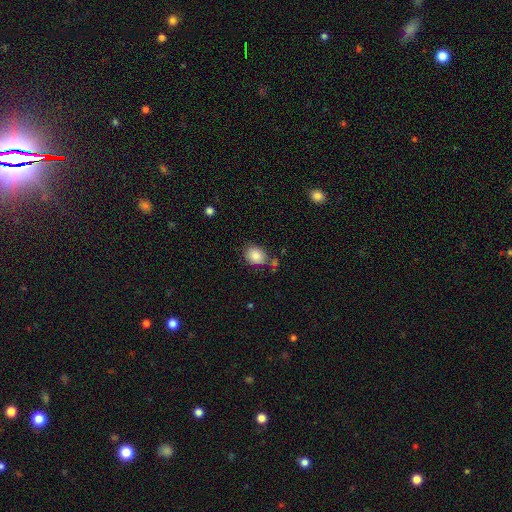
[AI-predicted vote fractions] Smooth or featured: smooth — 85% (star or artifact — 9%)
How rounded: round — 50% (in between — 49%)
Merging: none — 71% (minor disturbance — 16%)